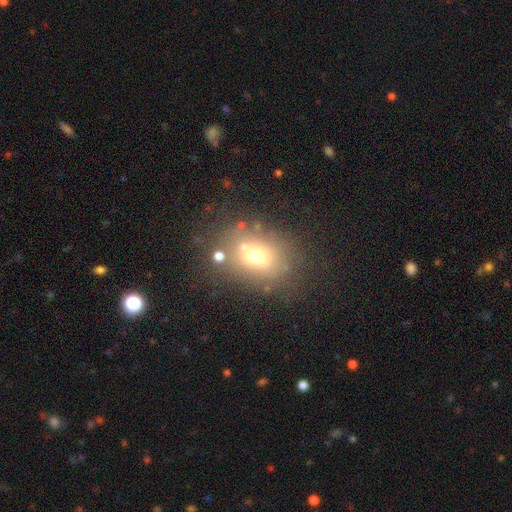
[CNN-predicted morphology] Smooth or featured? smooth (63%)
How rounded? in between (56%)
Merging? none (65%)